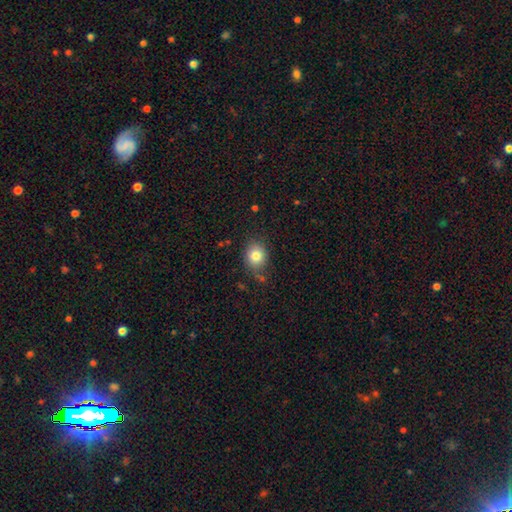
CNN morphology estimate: Smooth or featured? smooth (82%)
How rounded? round (64%)
Merging? none (76%)